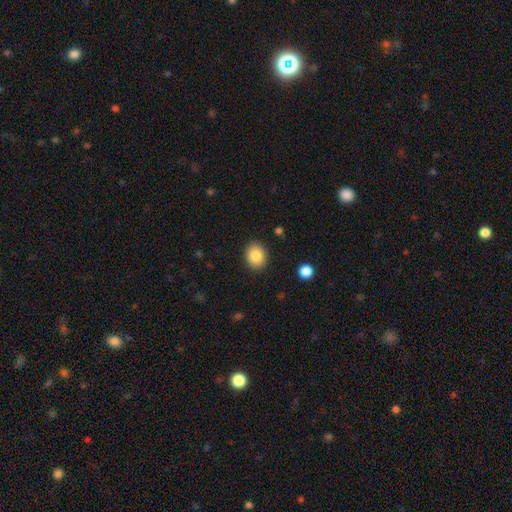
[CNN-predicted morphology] This appears to be a smooth galaxy with no disk features (86%) that is round (53%). Merging: none (89%).